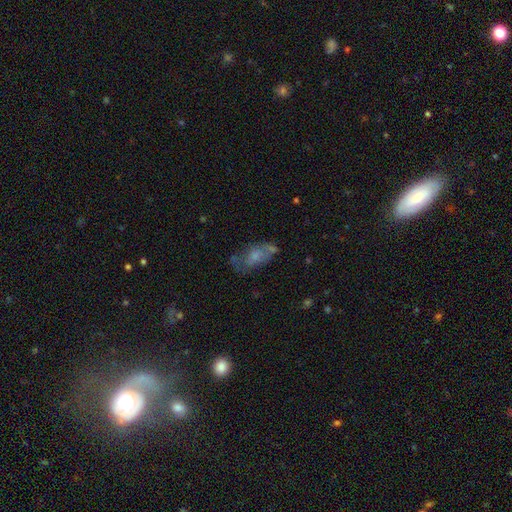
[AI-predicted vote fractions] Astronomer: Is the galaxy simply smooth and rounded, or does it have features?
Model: smooth — 51% (runner-up: featured or disk, 39%).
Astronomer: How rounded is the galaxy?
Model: in between — 87%.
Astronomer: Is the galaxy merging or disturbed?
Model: none — 40% (runner-up: minor disturbance, 25%).